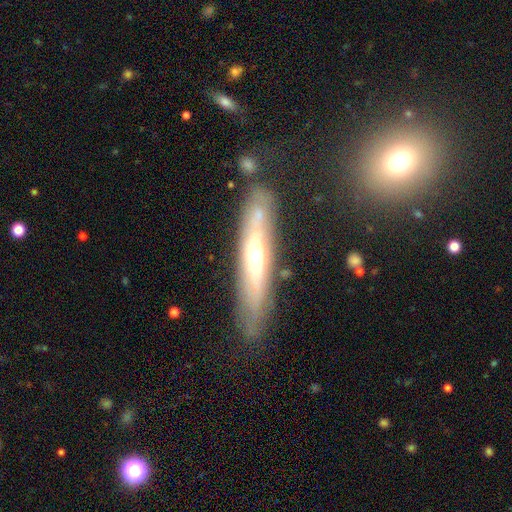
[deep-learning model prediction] Smooth or featured: featured or disk — 64% (smooth — 29%)
Edge-on disk: yes — 71% (no — 29%)
Merging: none — 74% (minor disturbance — 17%)